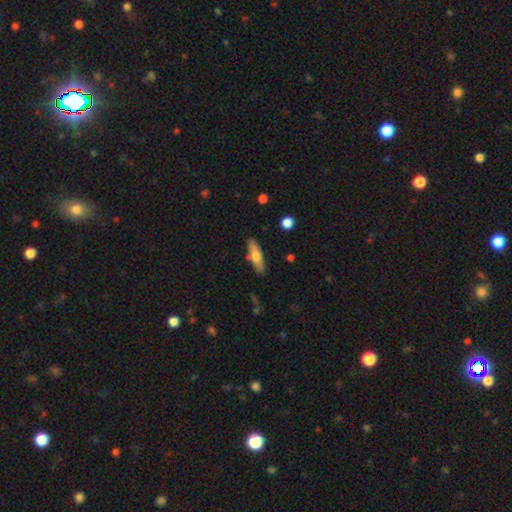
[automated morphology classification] A smooth galaxy with no disk features (67%) that is cigar-shaped (59%).

Vote fractions:
- Smooth or featured? smooth: 67% / featured or disk: 27% / star or artifact: 6%
- How rounded? cigar-shaped: 59% / in between: 39% / round: 2%
- Merging? none: 83% / minor disturbance: 12% / merger: 3% / major disturbance: 2%